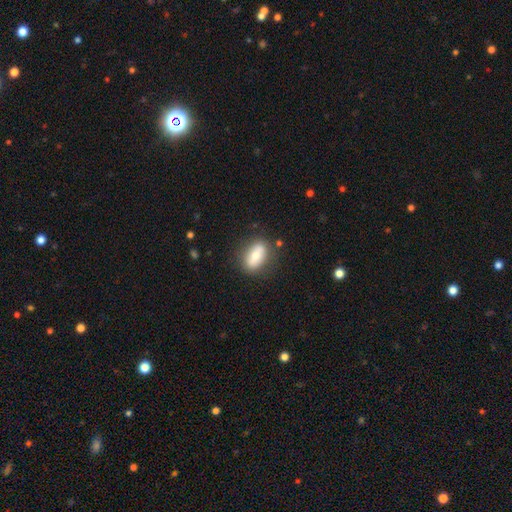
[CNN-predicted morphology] Q: Smooth or featured?
A: smooth (64%); runner-up: featured or disk (29%)
Q: How rounded?
A: in between (81%); runner-up: round (12%)
Q: Merging?
A: none (80%); runner-up: minor disturbance (13%)